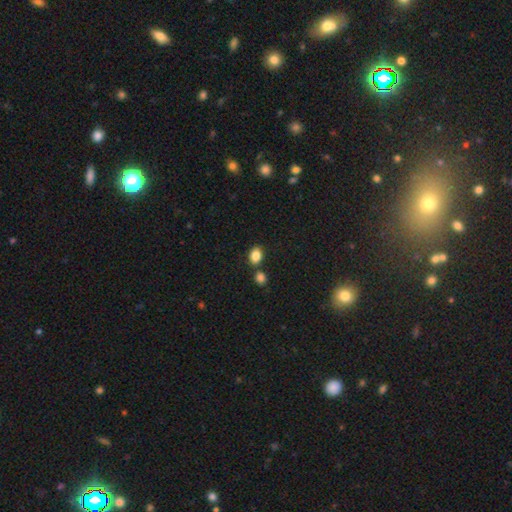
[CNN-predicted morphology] A smooth galaxy with no disk features (86%) that is in between round and cigar-shaped (70%). Merging: none (69%).